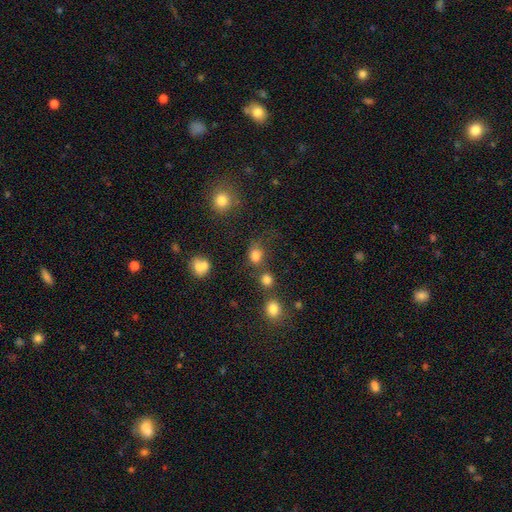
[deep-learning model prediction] smooth_or_featured: smooth (p=0.79) [alt: star or artifact p=0.15]
how_rounded: round (p=0.66) [alt: in between p=0.33]
merging: none (p=0.61) [alt: merger p=0.16]